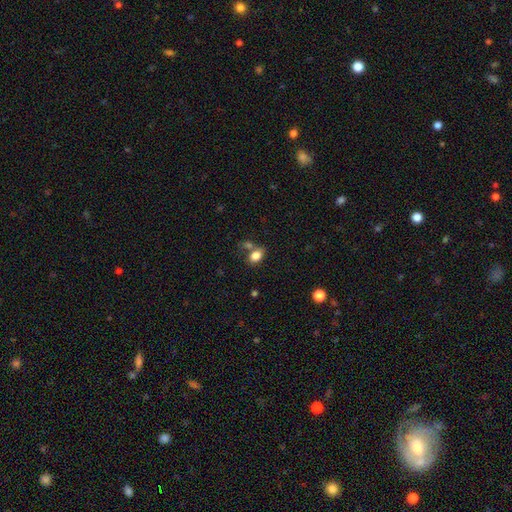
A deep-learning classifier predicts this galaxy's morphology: smooth 82%, star or artifact 10%, featured or disk 8%. Down the decision tree: how rounded — in between (78%); merging — none (56%).